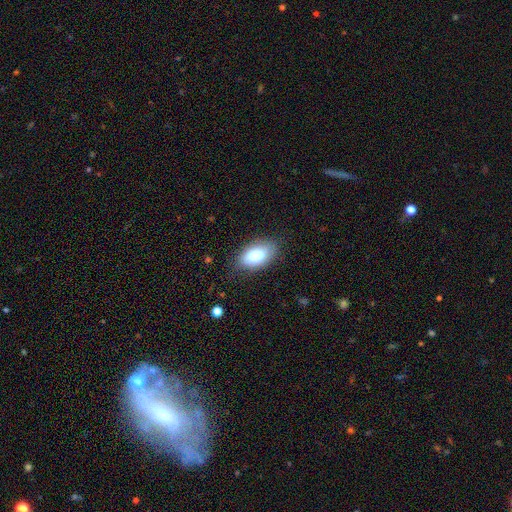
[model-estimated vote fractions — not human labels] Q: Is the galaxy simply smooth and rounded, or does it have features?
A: smooth — 80%.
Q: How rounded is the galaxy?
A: in between — 92%.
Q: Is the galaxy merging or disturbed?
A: none — 82%.